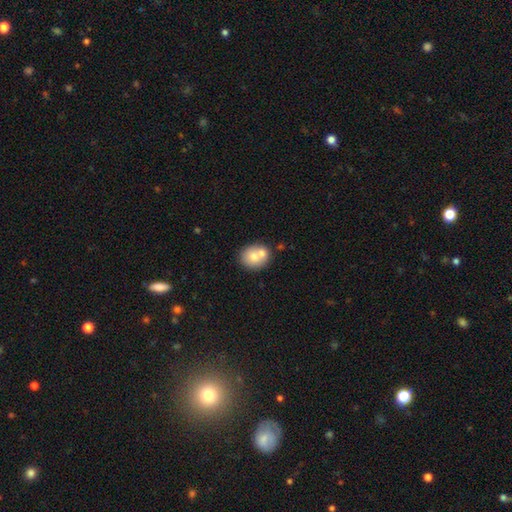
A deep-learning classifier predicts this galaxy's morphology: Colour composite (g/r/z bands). It shows a smooth galaxy with no disk features (71%) that is round (73%). Merging: none (49%).